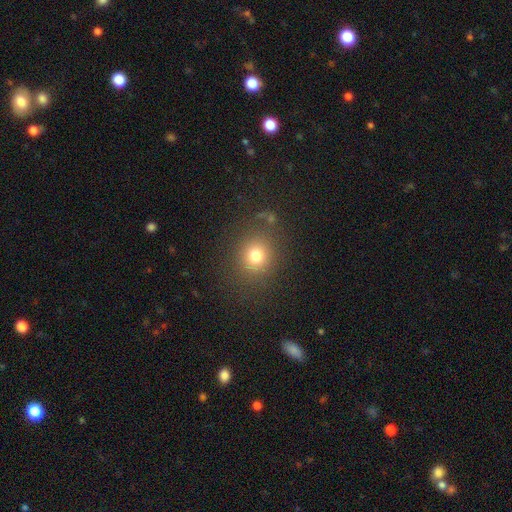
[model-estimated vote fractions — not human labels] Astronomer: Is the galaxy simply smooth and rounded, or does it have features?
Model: smooth — 76%.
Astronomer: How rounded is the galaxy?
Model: round — 83%.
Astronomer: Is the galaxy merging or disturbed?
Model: none — 82%.